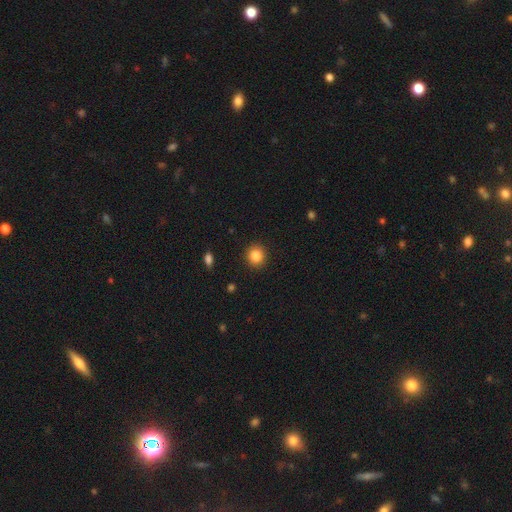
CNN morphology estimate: Q: Smooth or featured?
A: smooth (85%); runner-up: star or artifact (10%)
Q: How rounded?
A: round (88%); runner-up: in between (11%)
Q: Merging?
A: none (91%); runner-up: minor disturbance (6%)